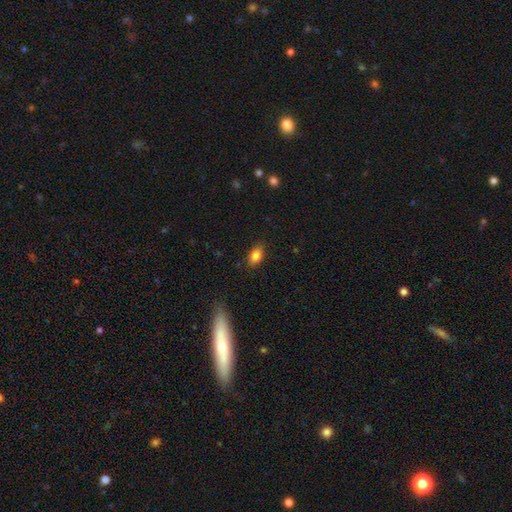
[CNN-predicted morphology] smooth_or_featured: smooth (p=0.84) [alt: star or artifact p=0.09]
how_rounded: in between (p=0.87) [alt: round p=0.09]
merging: none (p=0.84) [alt: minor disturbance p=0.12]